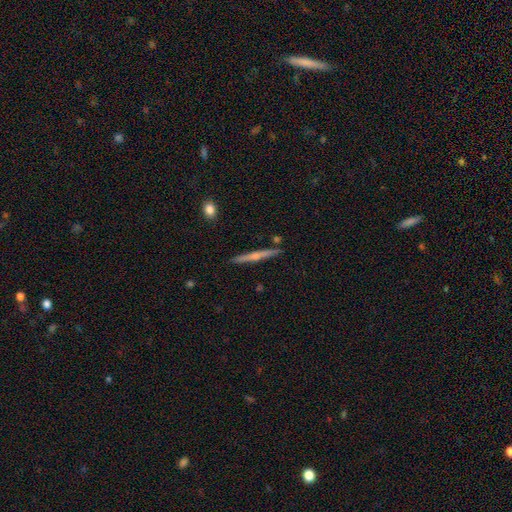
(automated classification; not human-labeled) Smooth or featured: featured or disk — 62% (smooth — 32%)
Edge-on disk: yes — 98% (no — 2%)
Edge-on bulge: rounded — 67% (none — 28%)
Merging: none — 90% (minor disturbance — 7%)